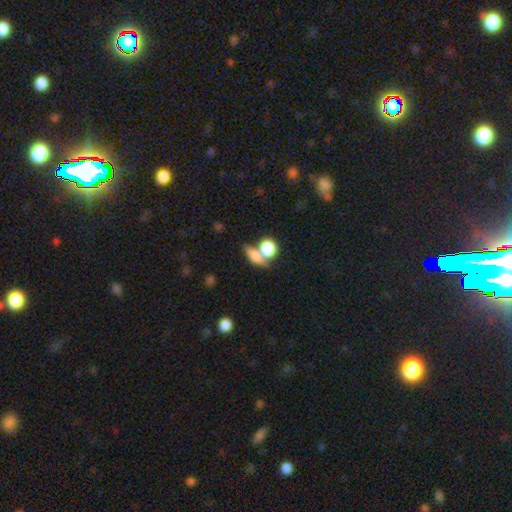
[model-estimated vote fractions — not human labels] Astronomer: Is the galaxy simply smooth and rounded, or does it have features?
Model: smooth — 71%.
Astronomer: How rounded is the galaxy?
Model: in between — 52% (runner-up: round, 28%).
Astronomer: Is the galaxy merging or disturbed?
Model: none — 42% (runner-up: merger, 41%).